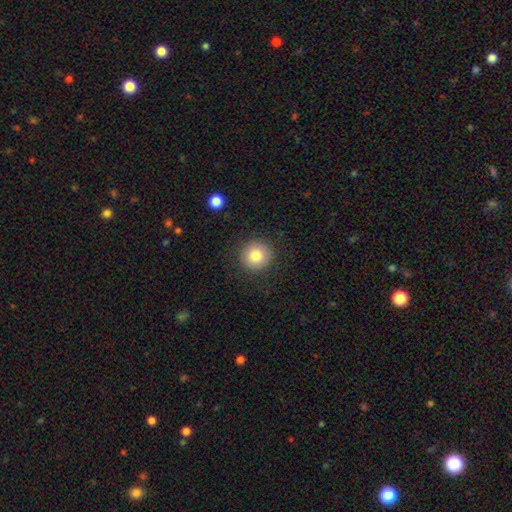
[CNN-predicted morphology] Smooth or featured: smooth — 82% (star or artifact — 9%)
How rounded: round — 93% (in between — 6%)
Merging: none — 88% (minor disturbance — 7%)